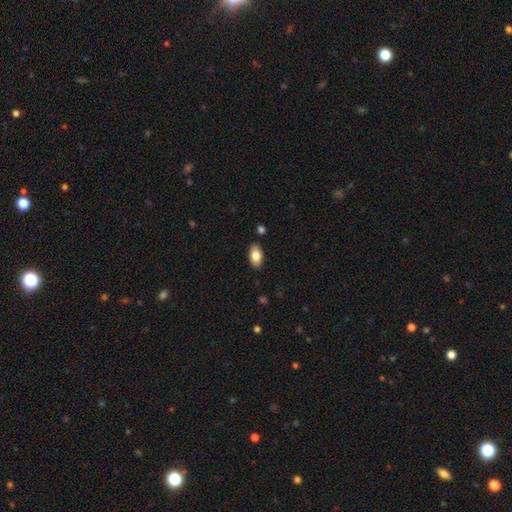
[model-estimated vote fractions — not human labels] This is clearly a smooth galaxy (82%). How rounded: clearly in between (93%). Merging: clearly none (87%).